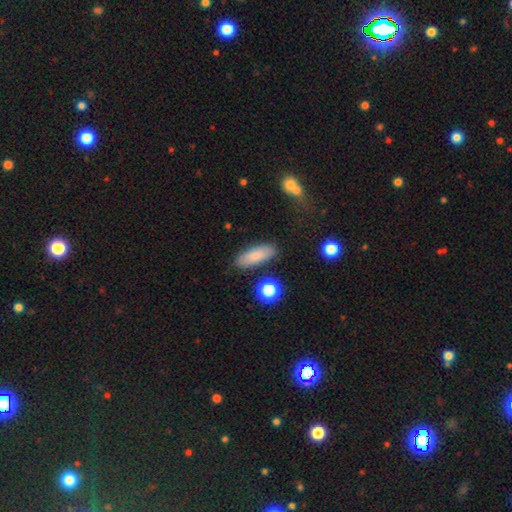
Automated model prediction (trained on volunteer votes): Smooth or featured: smooth — 81% (featured or disk — 11%)
How rounded: in between — 64% (cigar-shaped — 33%)
Merging: none — 84% (minor disturbance — 10%)